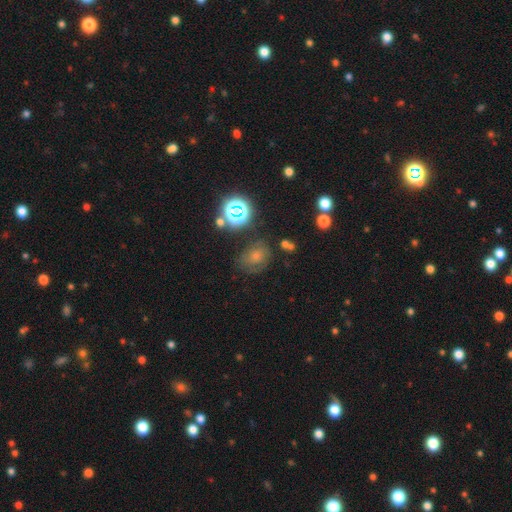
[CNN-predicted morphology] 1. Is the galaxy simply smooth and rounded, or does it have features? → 54% smooth, 24% star or artifact, 22% featured or disk.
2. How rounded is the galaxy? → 52% round, 47% in between, 1% cigar-shaped.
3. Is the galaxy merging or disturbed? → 55% none, 25% minor disturbance, 14% major disturbance, 6% merger.